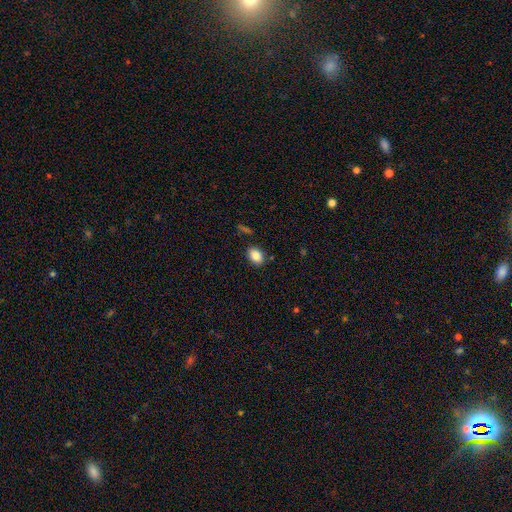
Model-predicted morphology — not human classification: Q: Smooth or featured?
A: smooth (86%); runner-up: star or artifact (9%)
Q: How rounded?
A: in between (78%); runner-up: round (21%)
Q: Merging?
A: none (84%); runner-up: minor disturbance (11%)